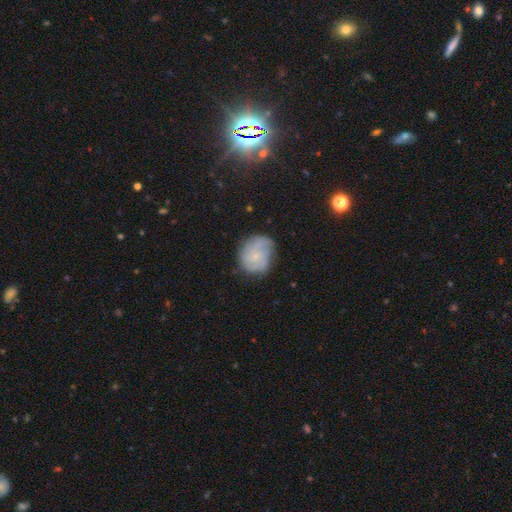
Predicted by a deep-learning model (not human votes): Overall: featured or disk (51%; smooth 39%). Edge-on disk: no (98%). Bar: no (78%). Spiral arms: yes (79%). Bulge size: small (74%). Merging: none (64%; minor disturbance 25%).